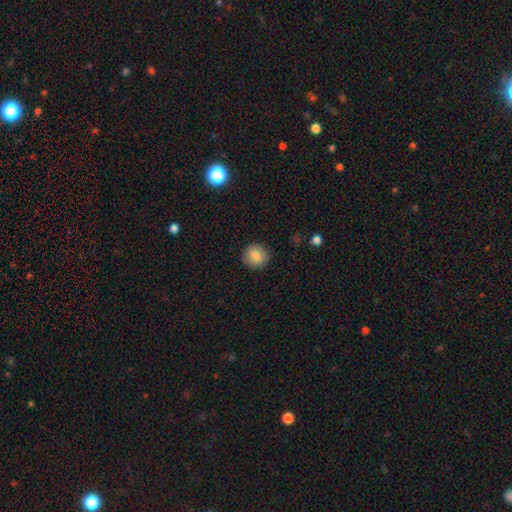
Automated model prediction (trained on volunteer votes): smooth 83%, star or artifact 9%, featured or disk 8%. Down the decision tree: how rounded — round (89%); merging — none (90%).